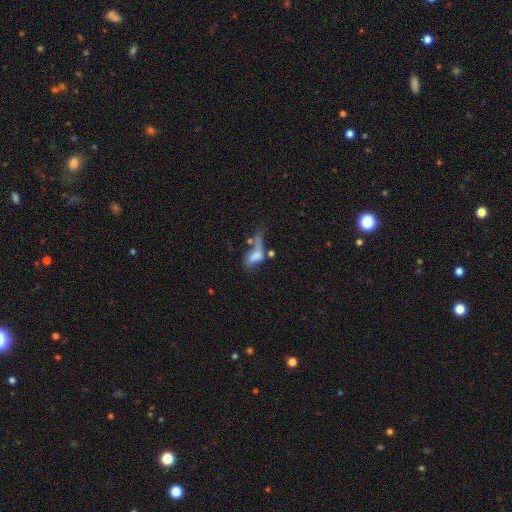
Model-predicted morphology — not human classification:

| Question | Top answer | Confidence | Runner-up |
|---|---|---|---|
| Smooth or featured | smooth | 58% | featured or disk (29%) |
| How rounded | in between | 76% | cigar-shaped (15%) |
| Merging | major disturbance | 39% | merger (30%) |